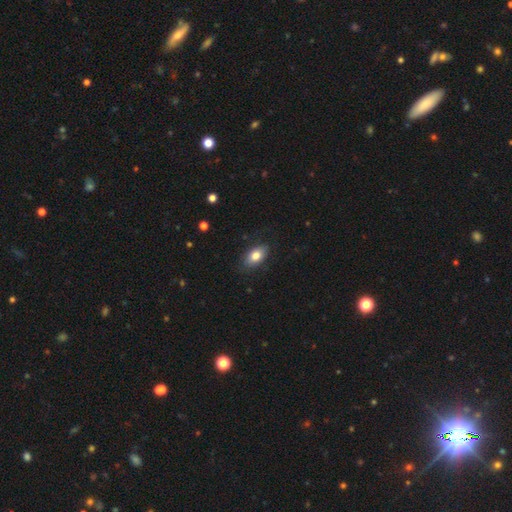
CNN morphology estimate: Overall: smooth (80%). How rounded: in between (90%). Merging: none (82%).